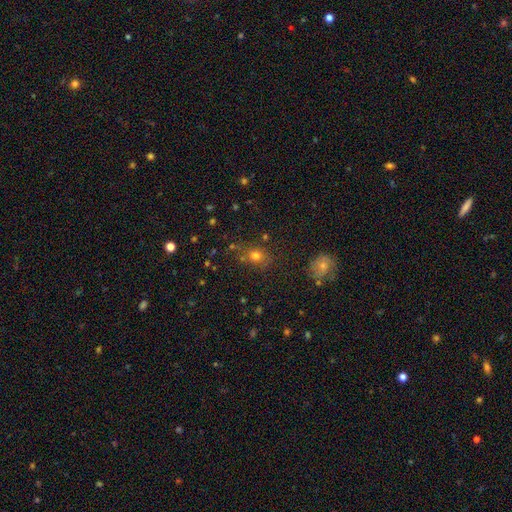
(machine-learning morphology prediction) Smooth or featured? Predicted: smooth (p=0.71). How rounded? Predicted: round (p=0.70). Merging? Predicted: none (p=0.73).